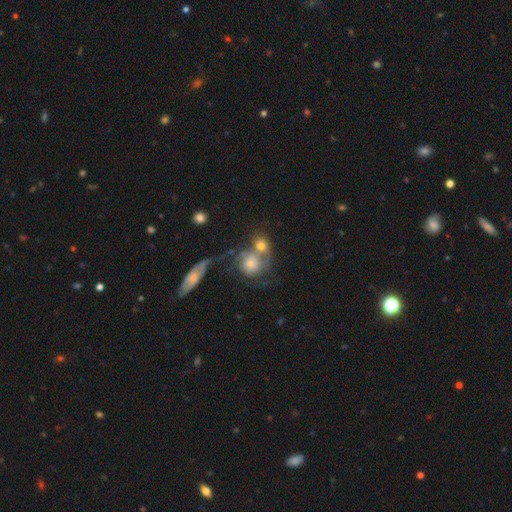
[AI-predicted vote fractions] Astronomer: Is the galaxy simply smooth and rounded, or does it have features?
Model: featured or disk — 46% (runner-up: smooth, 37%).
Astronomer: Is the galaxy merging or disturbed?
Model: merger — 52% (runner-up: none, 31%).